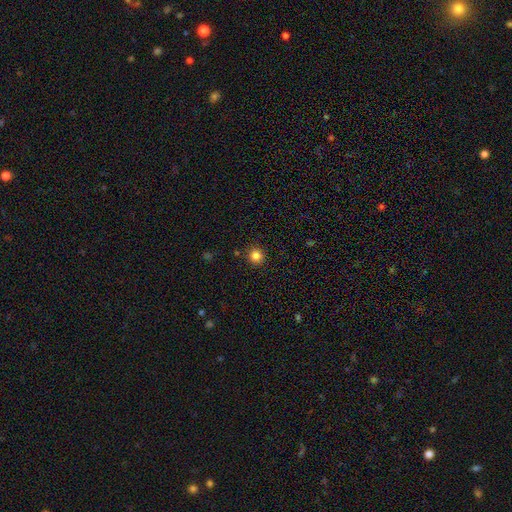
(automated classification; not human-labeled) smooth-or-featured: smooth: 84% | star or artifact: 12% | featured or disk: 4%
  how-rounded: round: 94% | in between: 5% | cigar-shaped: 1%
  merging: none: 91% | minor disturbance: 5% | merger: 2% | major disturbance: 2%